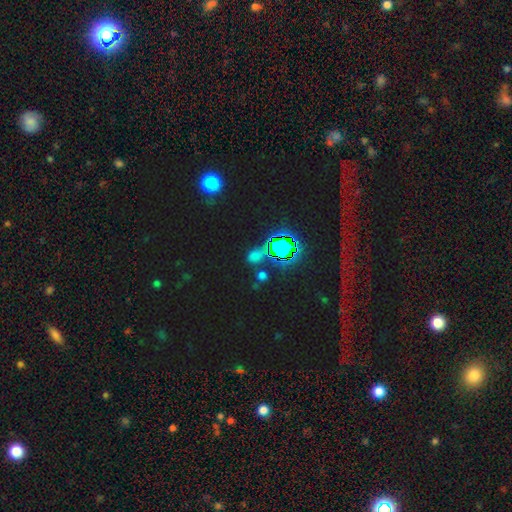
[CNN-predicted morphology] A star or artifact, not a galaxy (65%).

Vote fractions:
- Smooth or featured? star or artifact: 65% / smooth: 26% / featured or disk: 9%